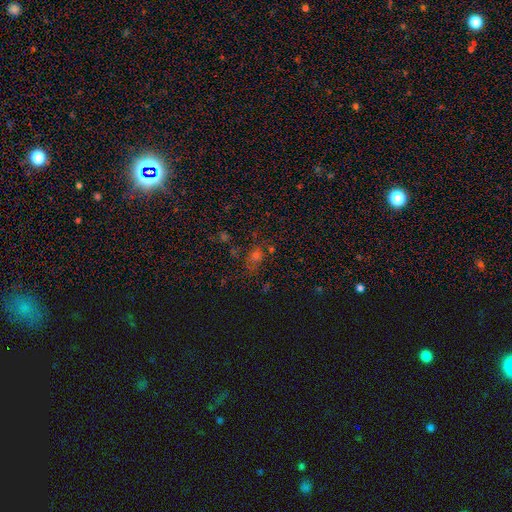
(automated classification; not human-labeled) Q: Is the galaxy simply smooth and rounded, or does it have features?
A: smooth — 46%.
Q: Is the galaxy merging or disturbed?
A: none — 66%.